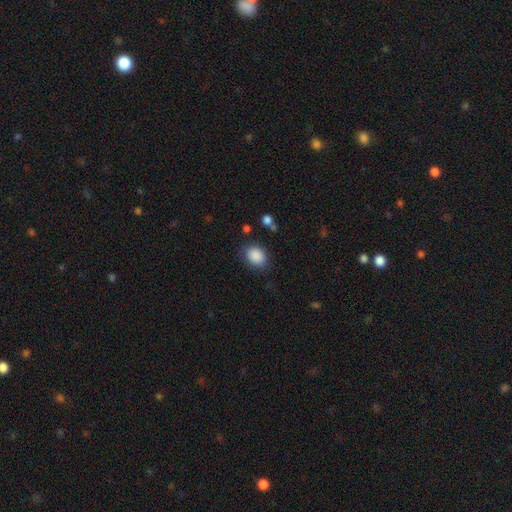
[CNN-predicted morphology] A smooth galaxy with no disk features (88%) that is in between round and cigar-shaped (61%). Merging: none (80%).